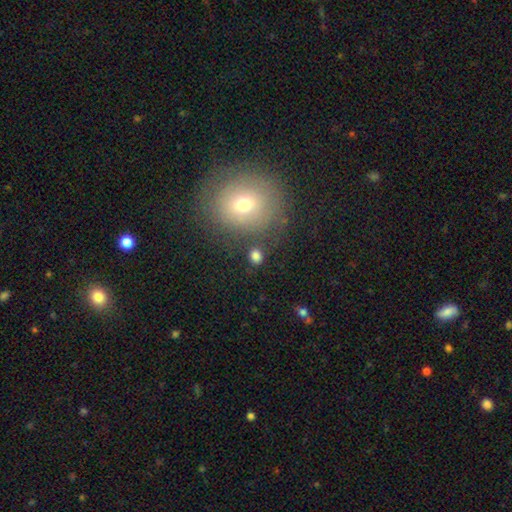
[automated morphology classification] A smooth galaxy with no disk features (80%) that is round (65%). Merging: none (78%).